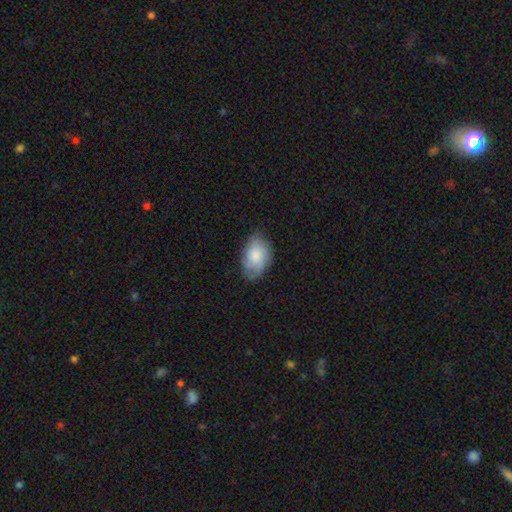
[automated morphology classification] This appears to be a smooth galaxy with no disk features (66%) that is in between round and cigar-shaped (87%). Merging: none (65%).